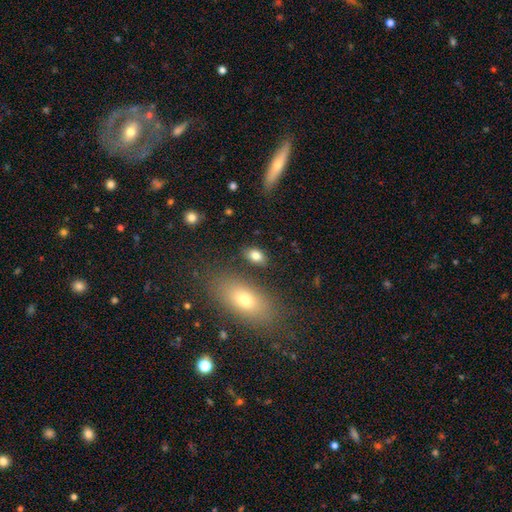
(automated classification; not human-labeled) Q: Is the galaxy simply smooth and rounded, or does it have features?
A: smooth — 82%.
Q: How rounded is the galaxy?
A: in between — 87%.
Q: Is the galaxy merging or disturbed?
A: none — 81%.